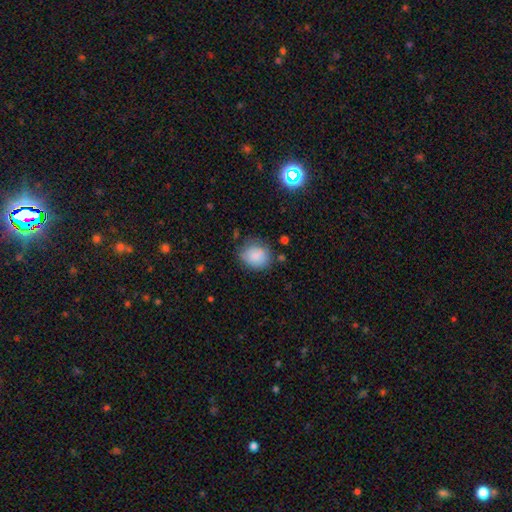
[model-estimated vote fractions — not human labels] Smooth or featured? smooth (86%)
How rounded? round (69%)
Merging? none (72%)